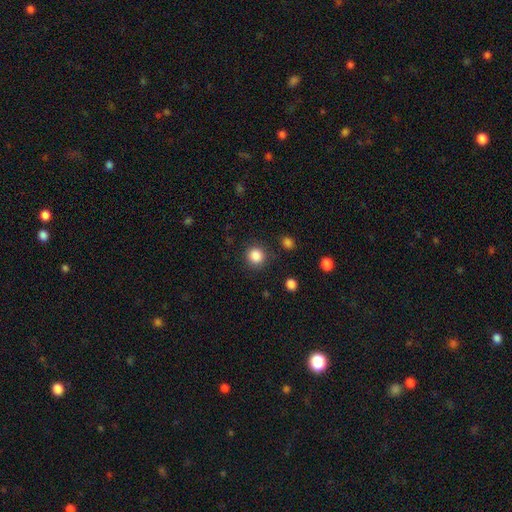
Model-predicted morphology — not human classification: Smooth or featured? Predicted: smooth (p=0.86). How rounded? Predicted: round (p=0.91). Merging? Predicted: none (p=0.87).